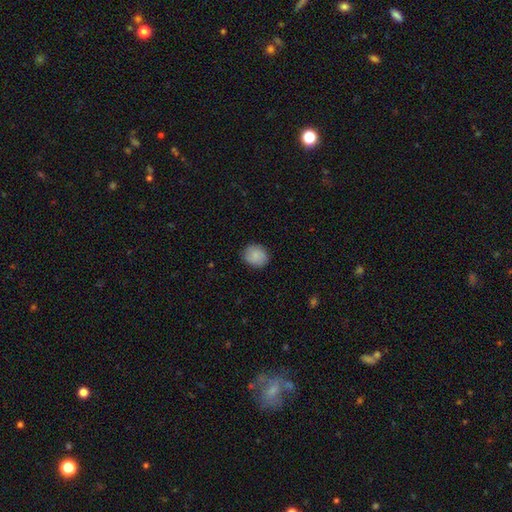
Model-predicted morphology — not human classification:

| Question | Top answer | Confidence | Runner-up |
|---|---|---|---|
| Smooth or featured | smooth | 80% | featured or disk (13%) |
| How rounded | round | 74% | in between (25%) |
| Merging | none | 86% | minor disturbance (11%) |